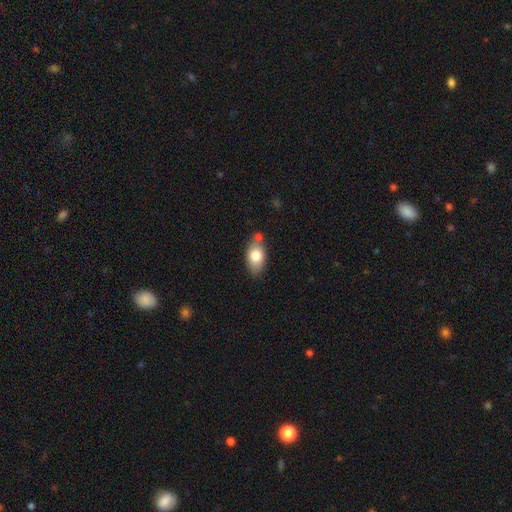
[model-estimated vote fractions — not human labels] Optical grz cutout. It shows a smooth galaxy with no disk features (78%) that is in between round and cigar-shaped (89%). Merging: none (63%).